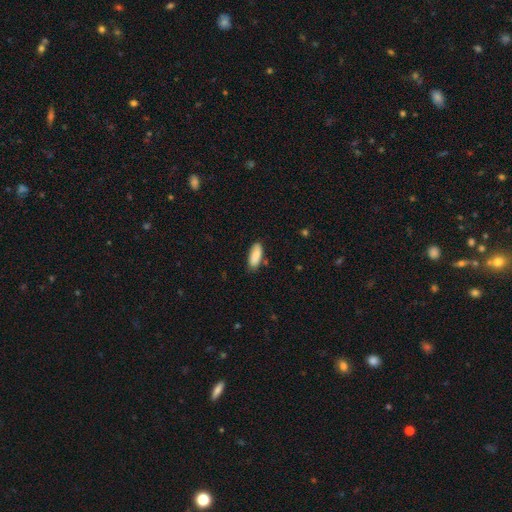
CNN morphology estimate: Smooth or featured? Predicted: smooth (p=0.87). How rounded? Predicted: in between (p=0.80). Merging? Predicted: none (p=0.81).